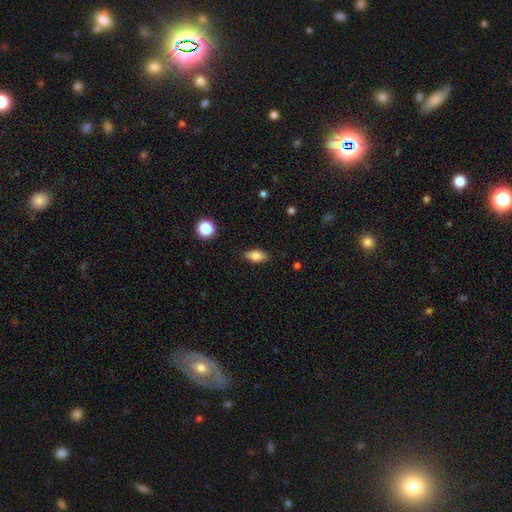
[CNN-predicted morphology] Overall: smooth (78%). How rounded: in between (83%). Merging: none (86%).